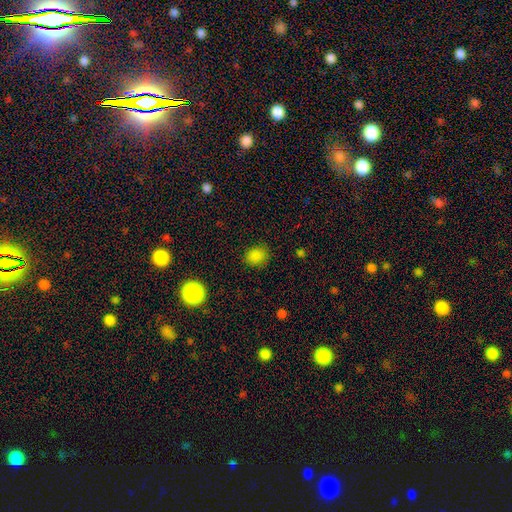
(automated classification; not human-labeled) Smooth or featured? Predicted: smooth (p=0.82). How rounded? Predicted: round (p=0.58). Merging? Predicted: none (p=0.84).